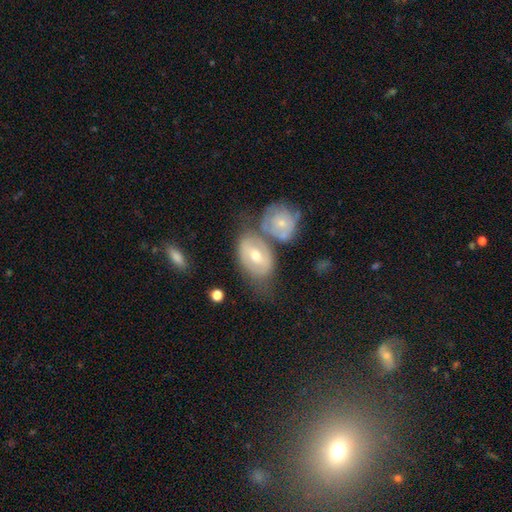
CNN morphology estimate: Smooth or featured? featured or disk (54%)
Edge-on disk? no (92%)
Bar? no (47%)
Spiral arms? no (54%)
Bulge size? moderate (60%)
Merging? none (38%)